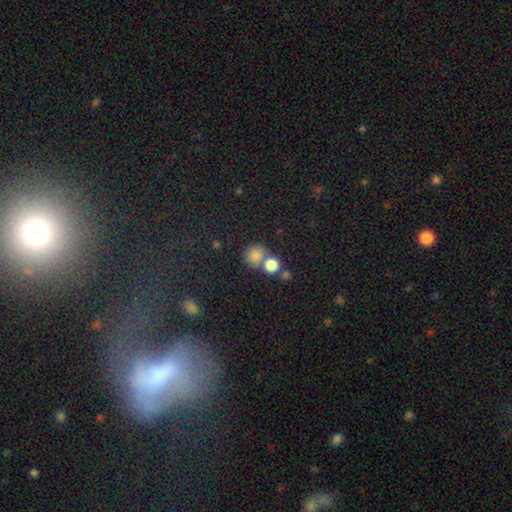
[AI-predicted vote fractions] Morphology: type=smooth (79%); roundness=round (86%); merging=none (51%).